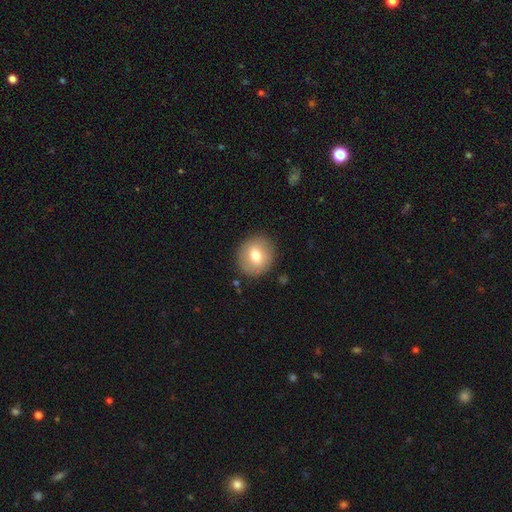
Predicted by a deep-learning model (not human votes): Smooth or featured? smooth (72%)
How rounded? round (85%)
Merging? none (88%)